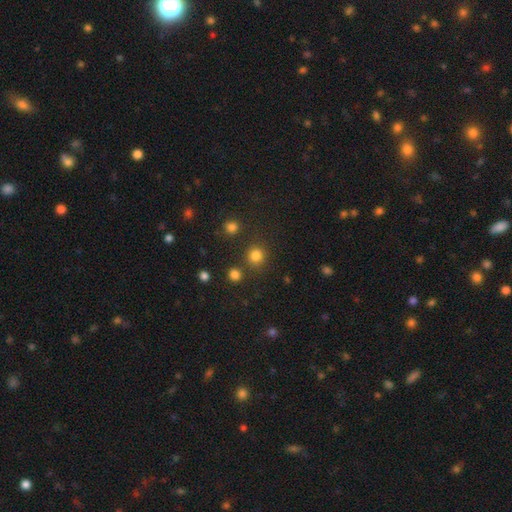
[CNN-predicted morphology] This appears to be a smooth galaxy with no disk features (81%) that is round (90%). Merging: none (82%).